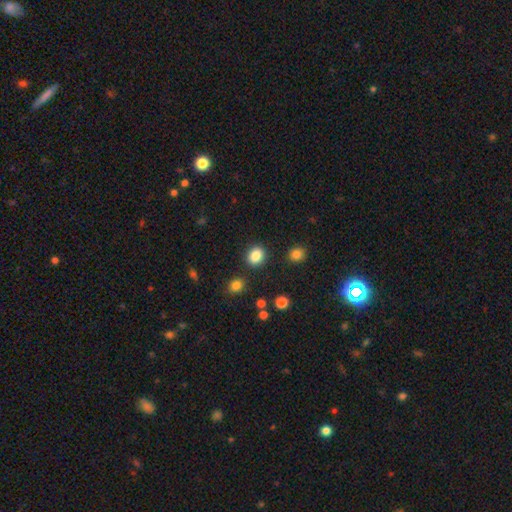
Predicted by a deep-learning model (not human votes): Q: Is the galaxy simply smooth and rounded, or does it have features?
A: smooth — 86%.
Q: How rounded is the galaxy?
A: round — 64%.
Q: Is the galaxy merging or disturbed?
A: none — 87%.